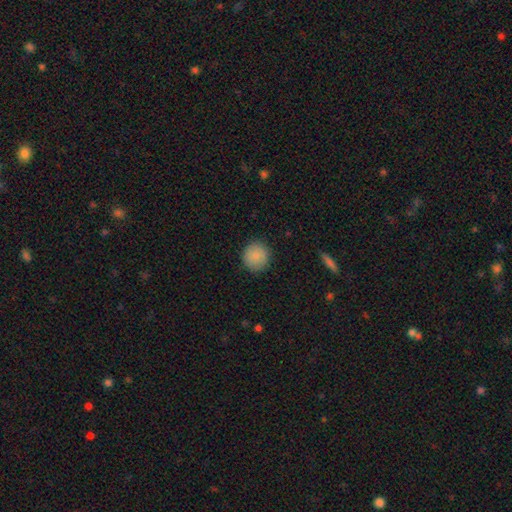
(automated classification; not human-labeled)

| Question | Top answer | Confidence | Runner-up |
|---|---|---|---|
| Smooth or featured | smooth | 87% | star or artifact (8%) |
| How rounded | round | 92% | in between (7%) |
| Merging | none | 89% | minor disturbance (7%) |